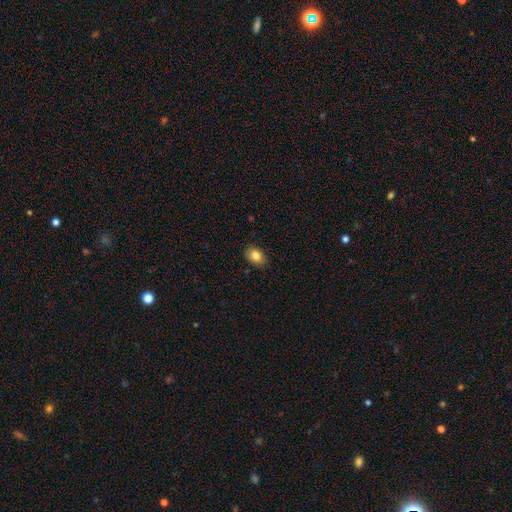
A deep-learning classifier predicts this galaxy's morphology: The model was most divided on "how rounded": in between: 77%, round: 21%, cigar-shaped: 1%. More confident: merging — none (86%); smooth or featured — smooth (83%).